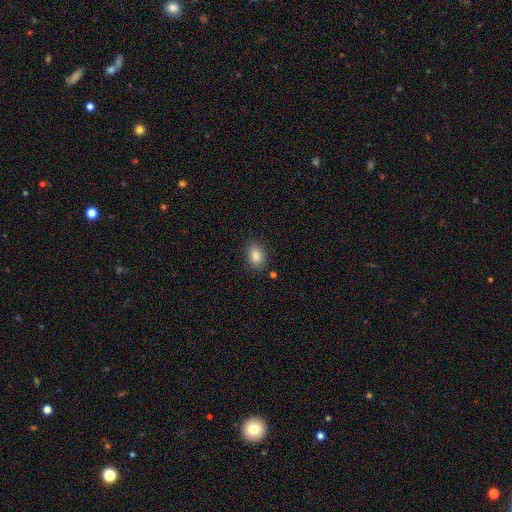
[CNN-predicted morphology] A smooth galaxy with no disk features (86%) that is in between round and cigar-shaped (69%).

Vote fractions:
- Smooth or featured? smooth: 86% / star or artifact: 9% / featured or disk: 5%
- How rounded? in between: 69% / round: 30% / cigar-shaped: 1%
- Merging? none: 86% / minor disturbance: 10% / major disturbance: 3% / merger: 2%